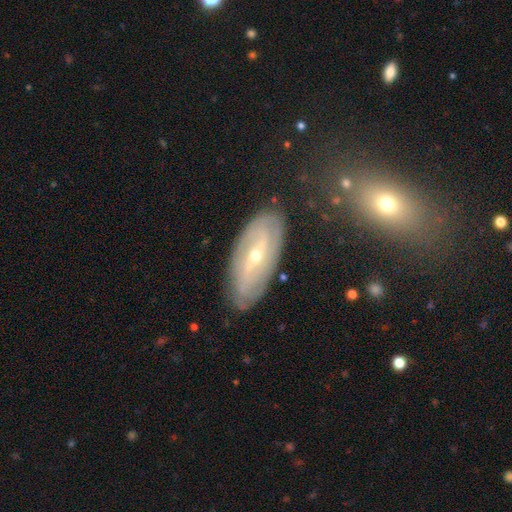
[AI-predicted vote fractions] This appears to be a featured or disk galaxy (77%) with a weak bar (39%), 2 (47%) tight (47%) spiral arms (80%) and a small central bulge (64%). Merging: none (81%).